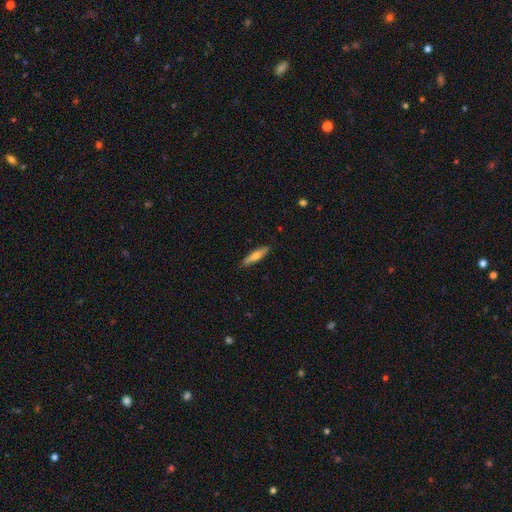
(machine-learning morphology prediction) A smooth galaxy with no disk features (60%) that is cigar-shaped (79%). Merging: none (88%).